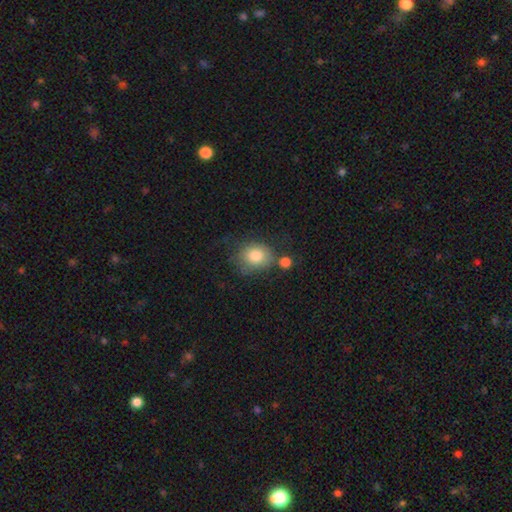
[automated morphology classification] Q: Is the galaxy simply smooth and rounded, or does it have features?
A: smooth — 81%.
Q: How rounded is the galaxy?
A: round — 62%.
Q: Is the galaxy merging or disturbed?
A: none — 59%.